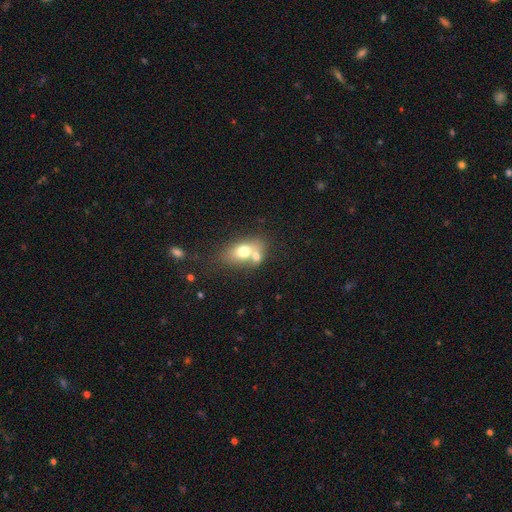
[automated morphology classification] smooth_or_featured: smooth (p=0.66) [alt: featured or disk p=0.24]
how_rounded: in between (p=0.74) [alt: round p=0.23]
merging: merger (p=0.51) [alt: none p=0.33]